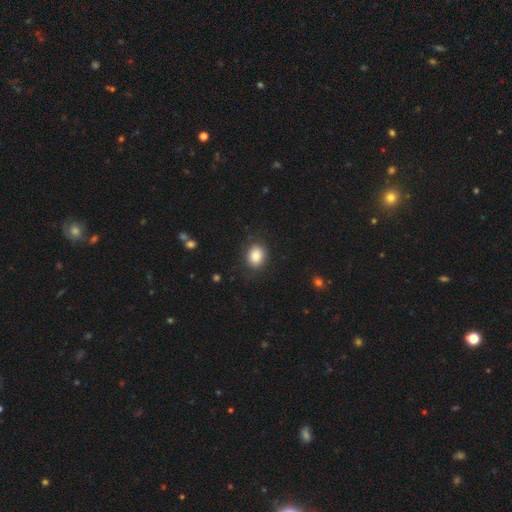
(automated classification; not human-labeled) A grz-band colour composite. It shows a smooth galaxy with no disk features (85%) that is round (53%). Merging: none (84%).